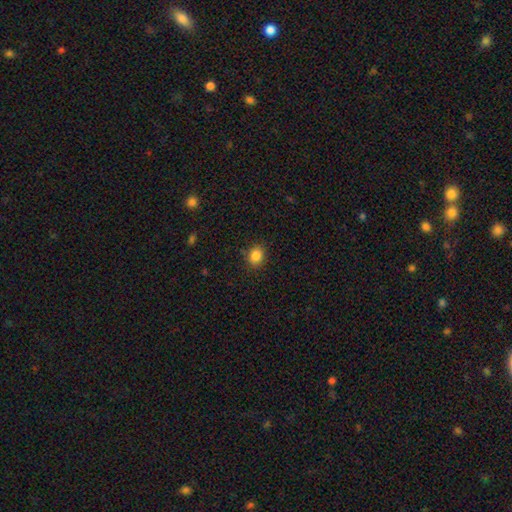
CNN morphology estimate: smooth-or-featured: smooth: 85% | star or artifact: 10% | featured or disk: 5%
  how-rounded: round: 59% | in between: 40% | cigar-shaped: 1%
  merging: none: 86% | minor disturbance: 10% | major disturbance: 3% | merger: 1%